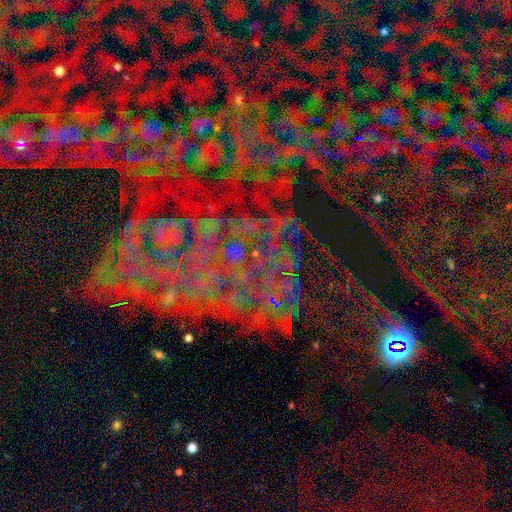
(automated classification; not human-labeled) Smooth or featured: star or artifact — 80% (featured or disk — 11%)